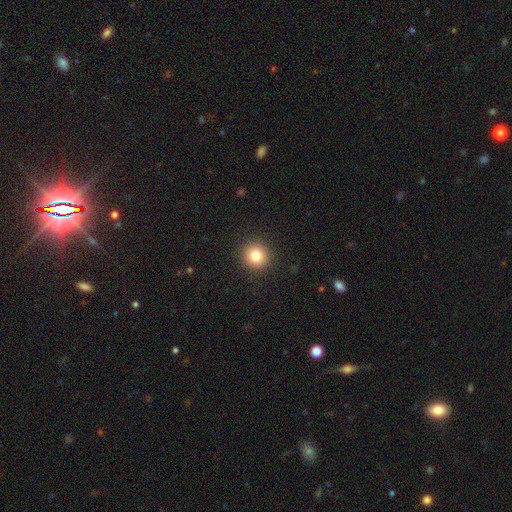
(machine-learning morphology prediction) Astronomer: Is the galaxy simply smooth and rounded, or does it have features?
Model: smooth — 82%.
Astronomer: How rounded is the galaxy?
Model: round — 94%.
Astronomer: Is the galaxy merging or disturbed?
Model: none — 92%.